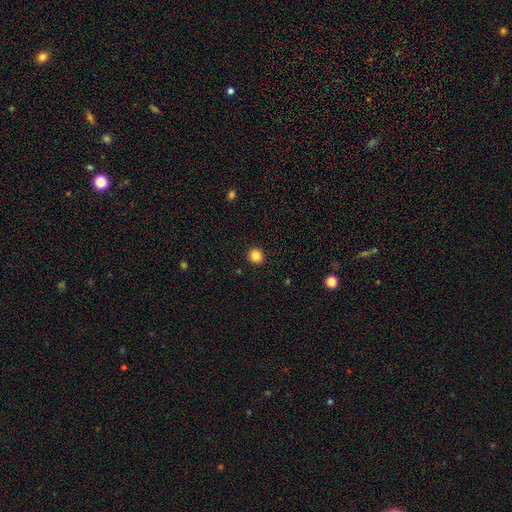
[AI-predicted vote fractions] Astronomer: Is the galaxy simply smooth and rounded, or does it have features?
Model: smooth — 85%.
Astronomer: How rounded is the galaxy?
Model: round — 91%.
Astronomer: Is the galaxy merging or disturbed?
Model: none — 92%.